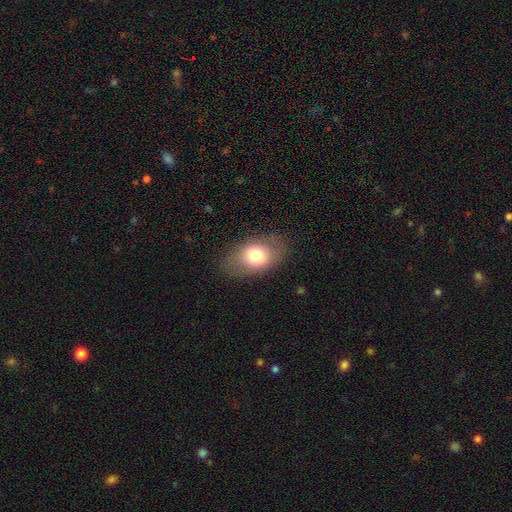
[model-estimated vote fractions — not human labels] smooth_or_featured: smooth (p=0.73) [alt: featured or disk p=0.19]
how_rounded: in between (p=0.81) [alt: round p=0.18]
merging: none (p=0.79) [alt: minor disturbance p=0.14]